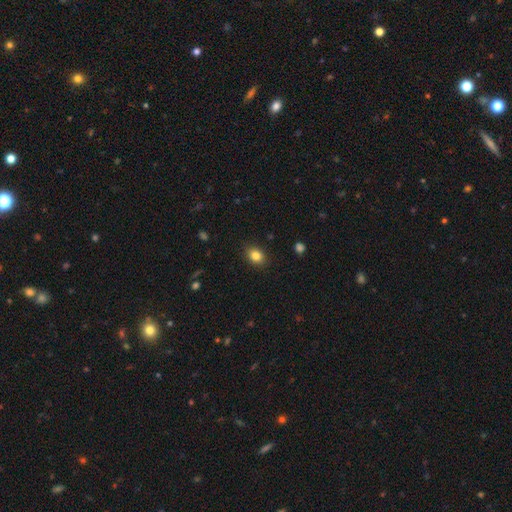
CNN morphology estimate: Smooth or featured? smooth (84%)
How rounded? in between (54%)
Merging? none (88%)